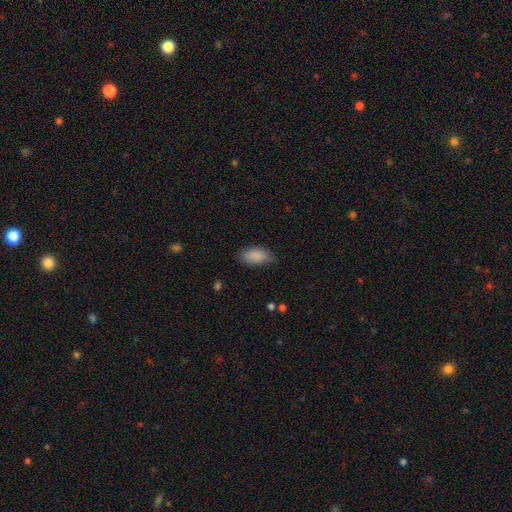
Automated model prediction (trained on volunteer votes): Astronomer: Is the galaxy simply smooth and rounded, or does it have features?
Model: smooth — 88%.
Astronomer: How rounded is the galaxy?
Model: in between — 92%.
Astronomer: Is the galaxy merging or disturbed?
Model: none — 76%.